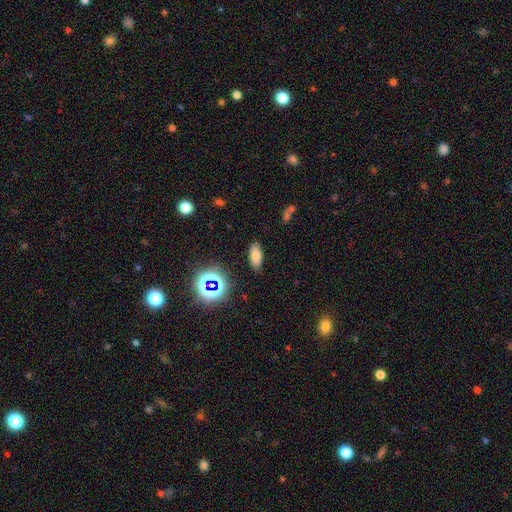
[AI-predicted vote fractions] This is likely a smooth galaxy (70%). How rounded: clearly in between (85%). Merging: clearly none (85%).